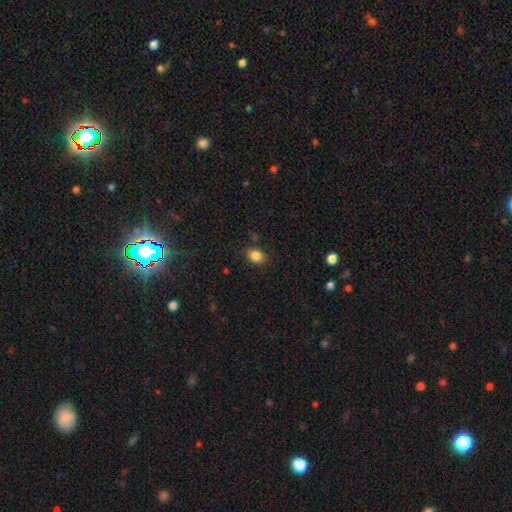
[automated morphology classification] This is clearly a smooth galaxy (85%). How rounded: likely in between (70%). Merging: clearly none (82%).